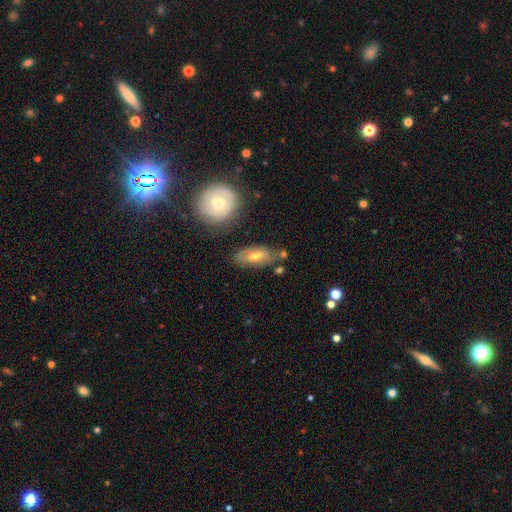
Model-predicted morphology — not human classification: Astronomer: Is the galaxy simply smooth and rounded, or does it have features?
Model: smooth — 54% (runner-up: featured or disk, 38%).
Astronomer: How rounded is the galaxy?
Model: in between — 84%.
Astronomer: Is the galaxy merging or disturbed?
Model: none — 63%.